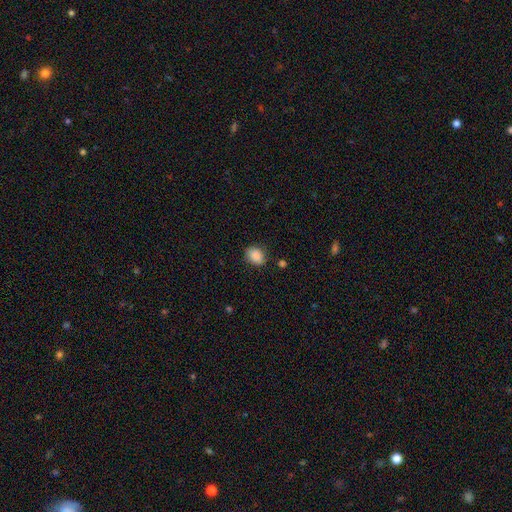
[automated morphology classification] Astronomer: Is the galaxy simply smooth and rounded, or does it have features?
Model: smooth — 87%.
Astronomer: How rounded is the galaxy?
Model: in between — 54% (runner-up: round, 45%).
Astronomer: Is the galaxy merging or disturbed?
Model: none — 80%.